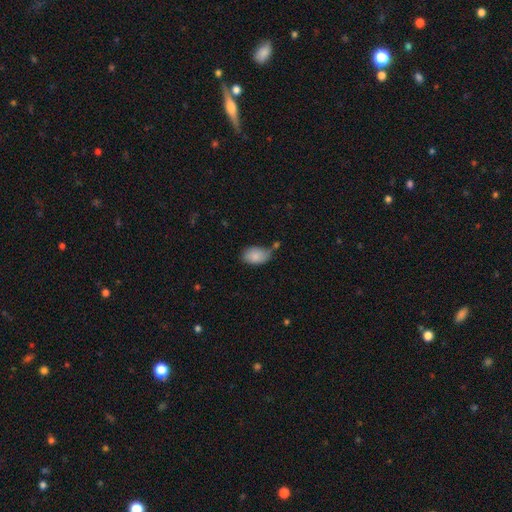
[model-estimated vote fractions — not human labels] Overall: smooth (86%). How rounded: in between (91%). Merging: none (53%; minor disturbance 28%).